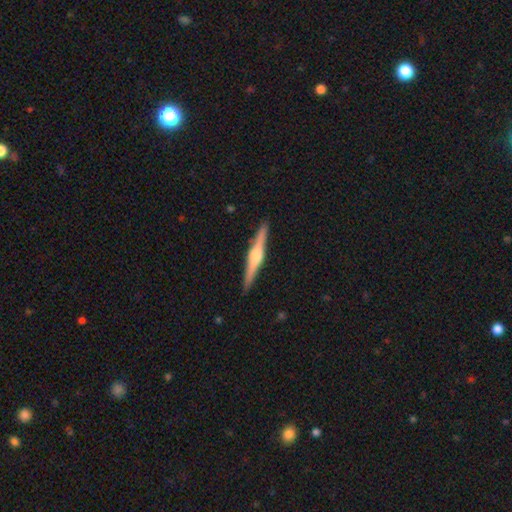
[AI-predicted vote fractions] Smooth or featured: featured or disk — 76% (smooth — 19%)
Edge-on disk: yes — 98% (no — 2%)
Edge-on bulge: rounded — 87% (boxy — 9%)
Merging: none — 92% (minor disturbance — 6%)